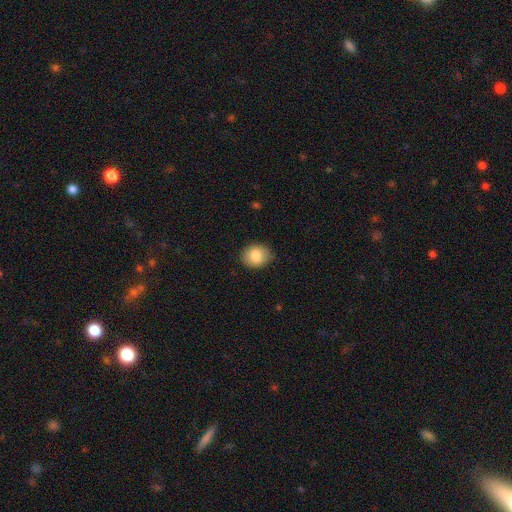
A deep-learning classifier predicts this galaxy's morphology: Q: Smooth or featured?
A: smooth (84%); runner-up: star or artifact (8%)
Q: How rounded?
A: round (58%); runner-up: in between (41%)
Q: Merging?
A: none (81%); runner-up: minor disturbance (15%)